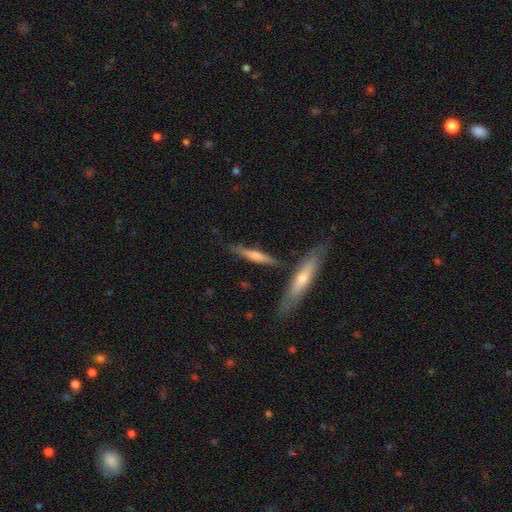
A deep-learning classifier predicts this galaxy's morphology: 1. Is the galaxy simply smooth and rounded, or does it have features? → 52% smooth, 42% featured or disk, 6% star or artifact.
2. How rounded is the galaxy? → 88% cigar-shaped, 10% in between, 2% round.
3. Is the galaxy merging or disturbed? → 74% none, 14% minor disturbance, 9% merger, 4% major disturbance.